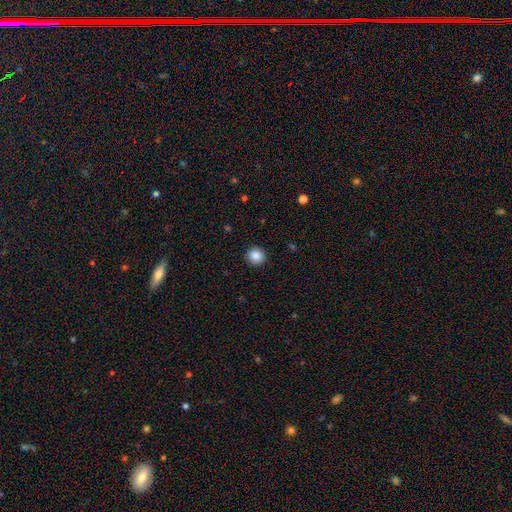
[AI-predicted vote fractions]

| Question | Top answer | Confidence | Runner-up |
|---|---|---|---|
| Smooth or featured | smooth | 87% | star or artifact (9%) |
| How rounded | round | 89% | in between (10%) |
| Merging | none | 91% | minor disturbance (6%) |